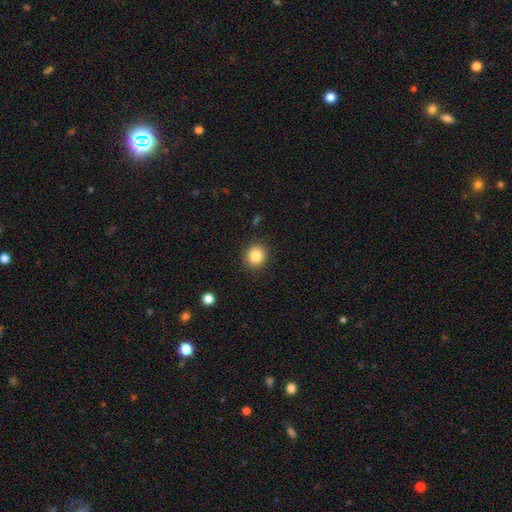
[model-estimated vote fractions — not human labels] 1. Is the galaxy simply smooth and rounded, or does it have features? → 85% smooth, 10% star or artifact, 6% featured or disk.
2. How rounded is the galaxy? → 86% round, 13% in between, 1% cigar-shaped.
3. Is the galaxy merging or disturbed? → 90% none, 7% minor disturbance, 2% major disturbance, 1% merger.